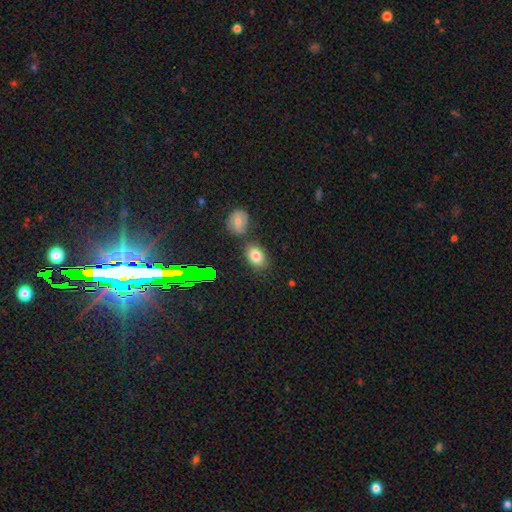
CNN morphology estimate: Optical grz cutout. It shows a smooth galaxy with no disk features (77%) that is in between round and cigar-shaped (80%). Merging: none (73%).